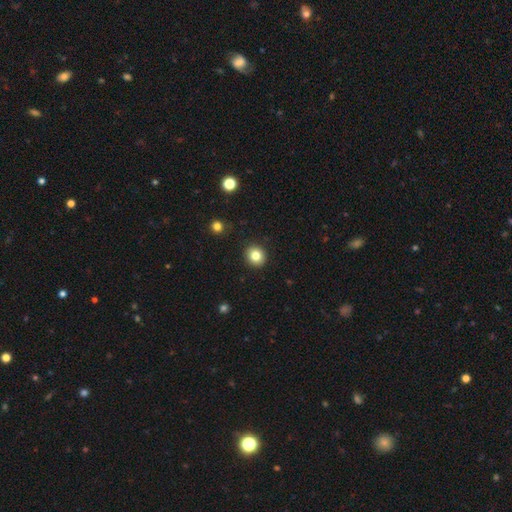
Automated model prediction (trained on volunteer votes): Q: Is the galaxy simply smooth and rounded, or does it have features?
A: smooth — 82%.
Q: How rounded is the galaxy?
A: round — 87%.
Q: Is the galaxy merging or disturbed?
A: none — 92%.